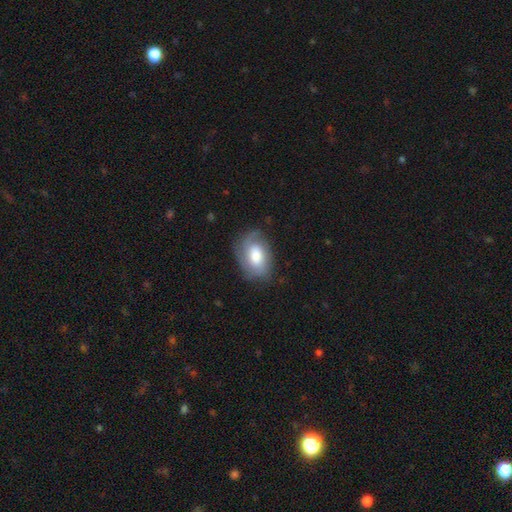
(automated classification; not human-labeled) This appears to be a featured or disk galaxy (46%, tied with smooth). Merging: none (70%).